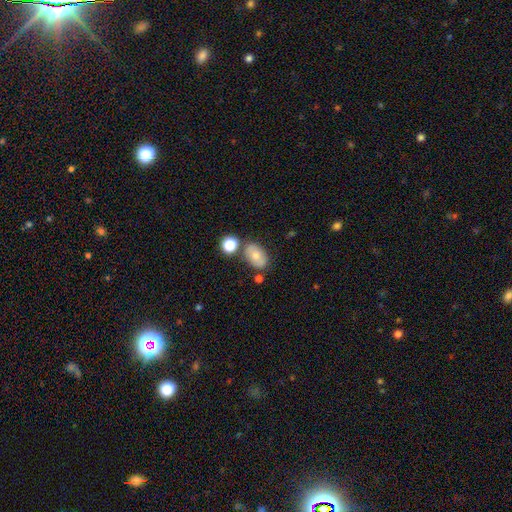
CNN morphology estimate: smooth 71%, featured or disk 20%, star or artifact 9%. Down the decision tree: how rounded — in between (87%); merging — none (65%).